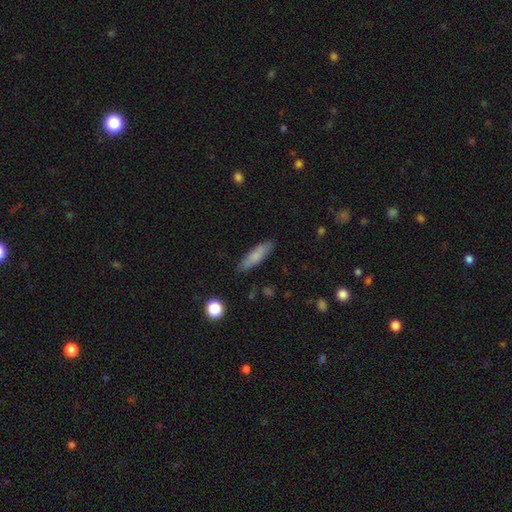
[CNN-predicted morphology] Smooth or featured?
  - smooth: 78% *
  - featured or disk: 15%
  - star or artifact: 7%
How rounded?
  - cigar-shaped: 65% *
  - in between: 33%
  - round: 2%
Merging?
  - none: 85% *
  - minor disturbance: 11%
  - major disturbance: 2%
  - merger: 1%